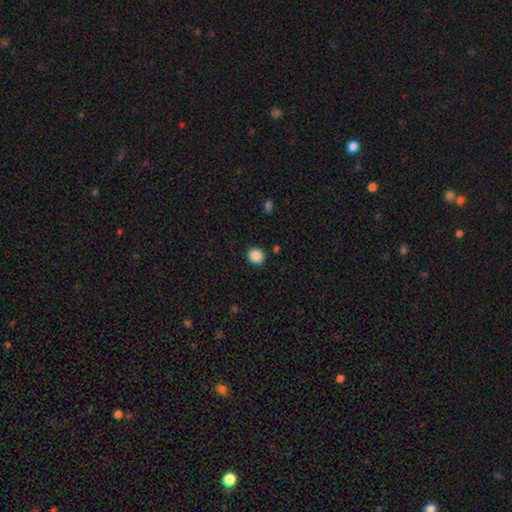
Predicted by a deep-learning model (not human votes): Q: Smooth or featured?
A: smooth (88%); runner-up: star or artifact (9%)
Q: How rounded?
A: round (82%); runner-up: in between (17%)
Q: Merging?
A: none (89%); runner-up: minor disturbance (7%)